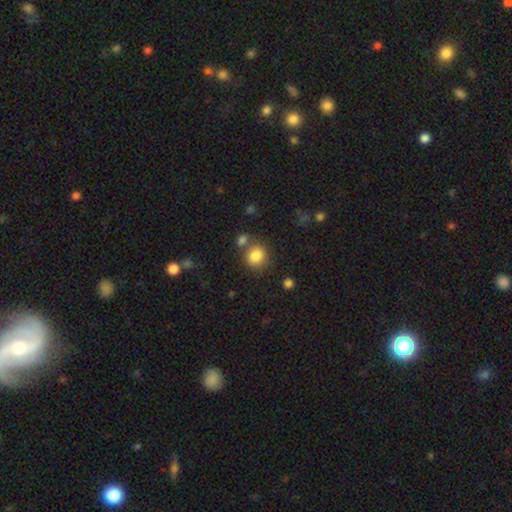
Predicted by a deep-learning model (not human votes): This is clearly a smooth galaxy (84%). How rounded: clearly round (83%). Merging: likely none (71%).